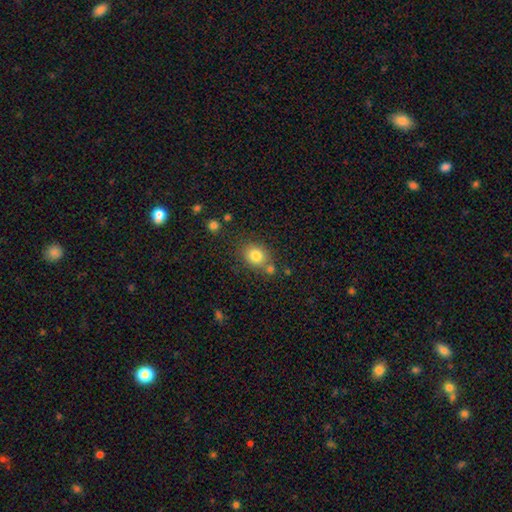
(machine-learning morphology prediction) This appears to be a smooth galaxy with no disk features (81%) that is round (61%). Merging: none (68%).